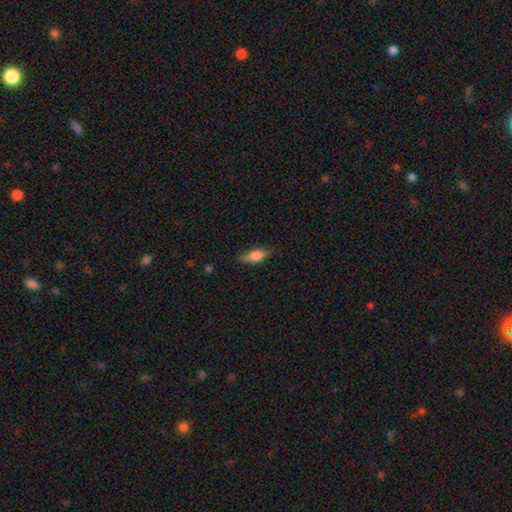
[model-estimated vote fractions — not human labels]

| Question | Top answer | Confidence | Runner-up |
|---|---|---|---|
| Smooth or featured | smooth | 58% | featured or disk (35%) |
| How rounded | in between | 57% | cigar-shaped (39%) |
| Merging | none | 79% | minor disturbance (16%) |